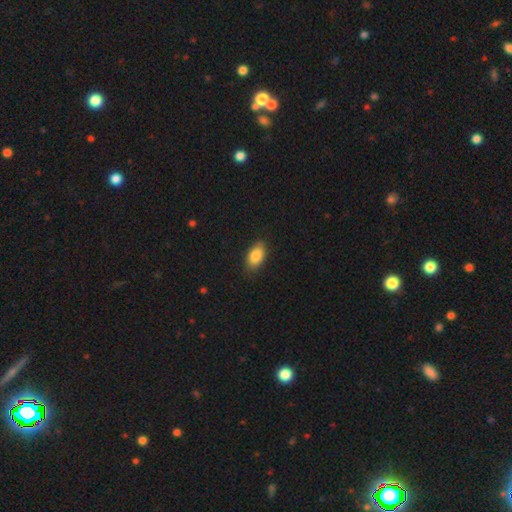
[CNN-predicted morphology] A smooth galaxy with no disk features (87%) that is in between round and cigar-shaped (91%).

Vote fractions:
- Smooth or featured? smooth: 87% / star or artifact: 7% / featured or disk: 6%
- How rounded? in between: 91% / round: 6% / cigar-shaped: 3%
- Merging? none: 83% / minor disturbance: 13% / major disturbance: 3% / merger: 1%